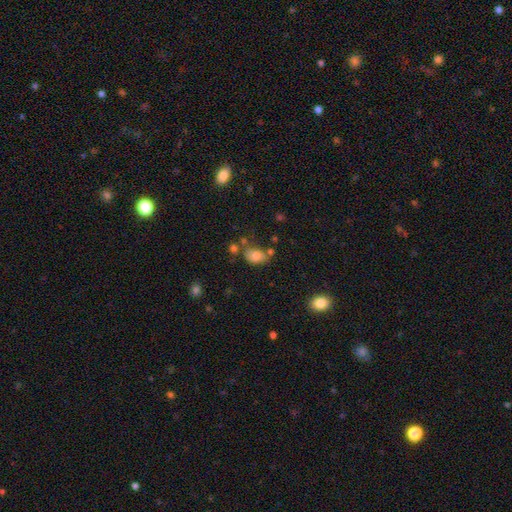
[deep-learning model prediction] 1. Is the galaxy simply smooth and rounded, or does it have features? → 79% smooth, 11% star or artifact, 10% featured or disk.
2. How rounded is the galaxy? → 74% in between, 24% round, 1% cigar-shaped.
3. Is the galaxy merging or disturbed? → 52% none, 22% minor disturbance, 18% merger, 8% major disturbance.